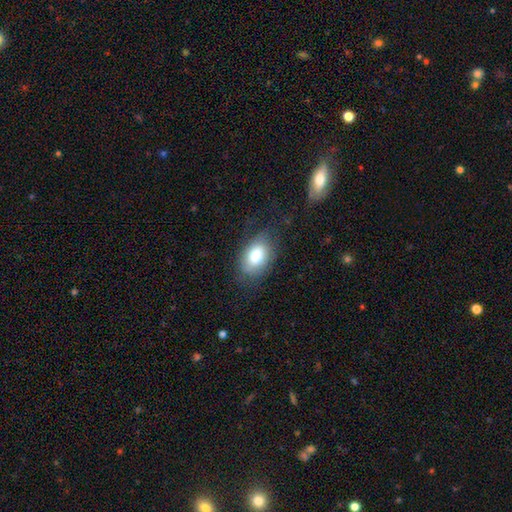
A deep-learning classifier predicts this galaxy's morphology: Smooth or featured? Predicted: smooth (p=0.78). How rounded? Predicted: in between (p=0.89). Merging? Predicted: none (p=0.71).